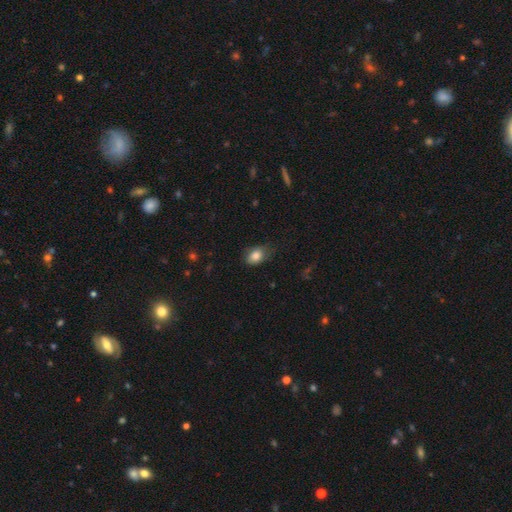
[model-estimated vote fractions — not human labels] A smooth galaxy with no disk features (84%) that is in between round and cigar-shaped (77%). Merging: none (67%).